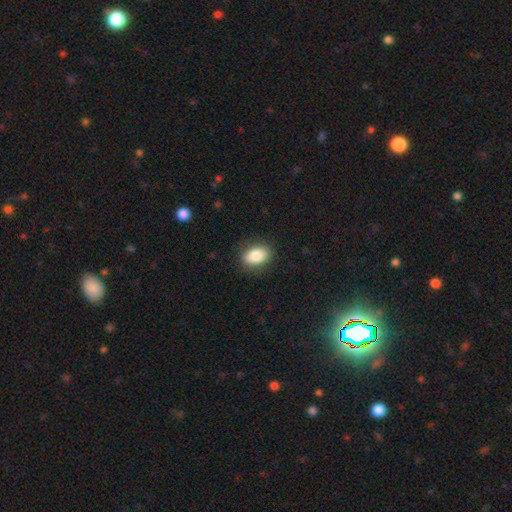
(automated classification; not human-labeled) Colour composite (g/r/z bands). It shows a smooth galaxy with no disk features (85%) that is in between round and cigar-shaped (82%). Merging: none (86%).